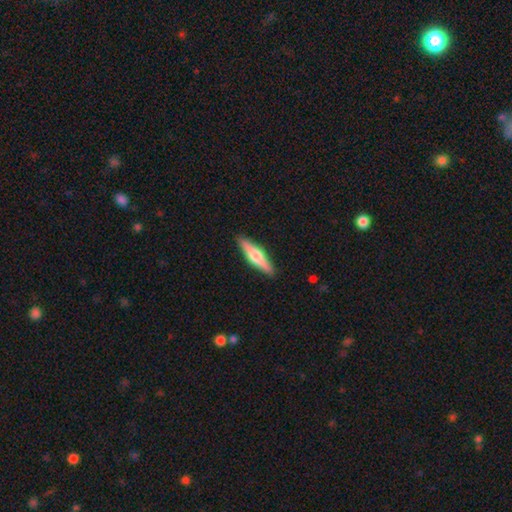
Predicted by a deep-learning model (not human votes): Q: Smooth or featured?
A: featured or disk (49%); runner-up: smooth (46%)
Q: Merging?
A: none (90%); runner-up: minor disturbance (7%)